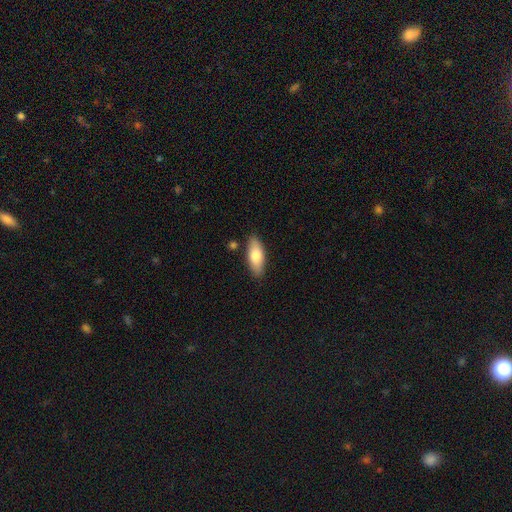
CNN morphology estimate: Overall: smooth (78%). How rounded: in between (80%). Merging: none (83%).